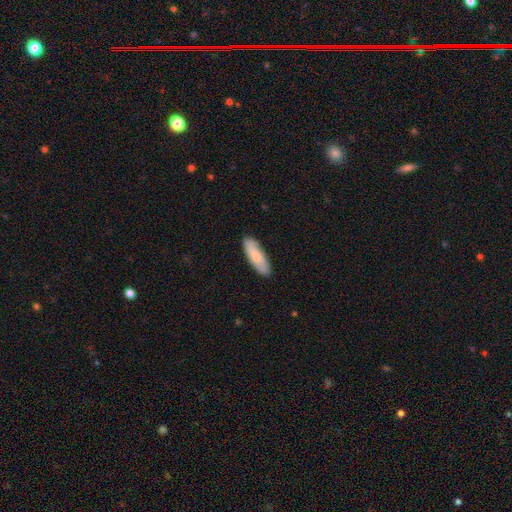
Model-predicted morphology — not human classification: This appears to be a smooth galaxy with no disk features (75%) that is in between round and cigar-shaped (54%). Merging: none (86%).